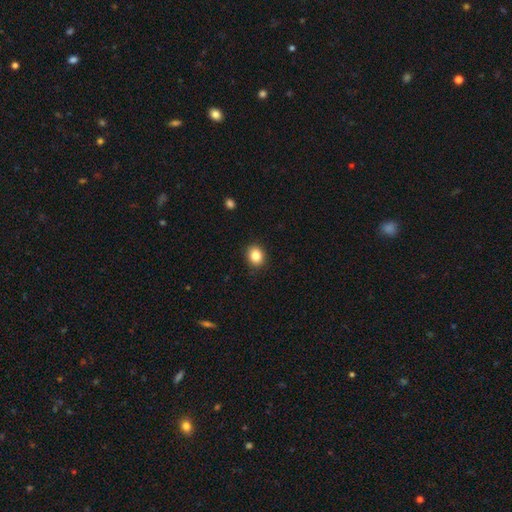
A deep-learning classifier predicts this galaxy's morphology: This is clearly a smooth galaxy (85%). How rounded: likely round (67%). Merging: clearly none (89%).